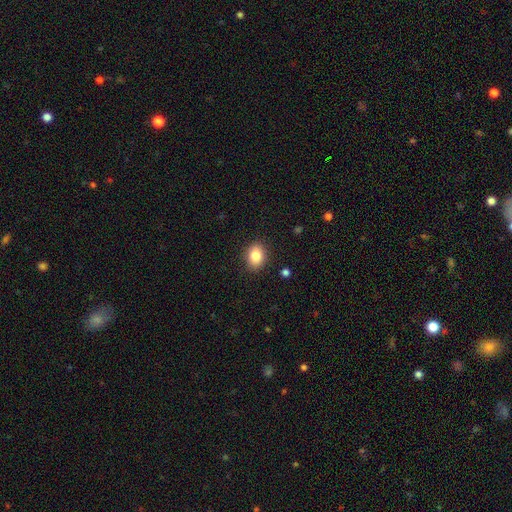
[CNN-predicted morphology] Smooth or featured?
  - smooth: 84% *
  - star or artifact: 9%
  - featured or disk: 7%
How rounded?
  - in between: 59% *
  - round: 40%
  - cigar-shaped: 1%
Merging?
  - none: 89% *
  - minor disturbance: 8%
  - major disturbance: 2%
  - merger: 1%